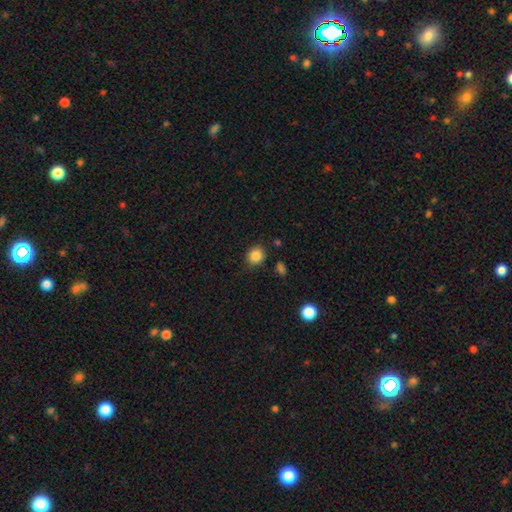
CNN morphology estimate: Smooth or featured? Predicted: smooth (p=0.86). How rounded? Predicted: round (p=0.76). Merging? Predicted: none (p=0.83).